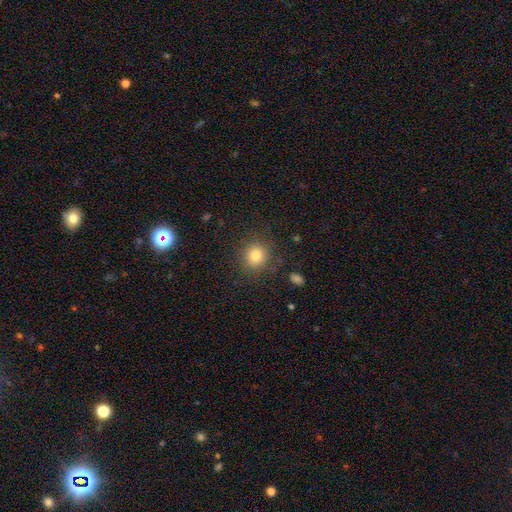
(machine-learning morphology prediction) A smooth galaxy with no disk features (81%) that is round (88%).

Vote fractions:
- Smooth or featured? smooth: 81% / star or artifact: 11% / featured or disk: 7%
- How rounded? round: 88% / in between: 11% / cigar-shaped: 1%
- Merging? none: 86% / minor disturbance: 9% / major disturbance: 4% / merger: 1%